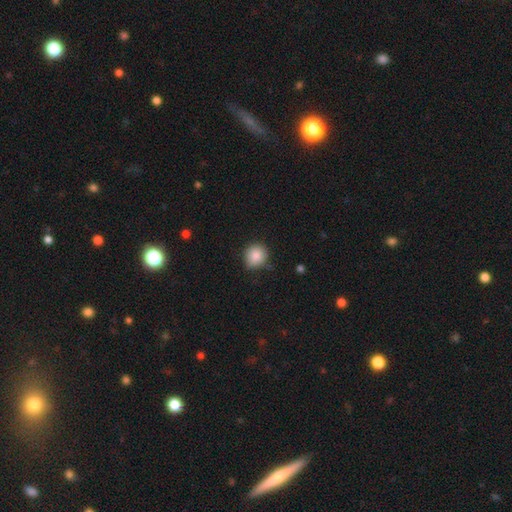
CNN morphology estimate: Smooth or featured? smooth (85%)
How rounded? round (87%)
Merging? none (77%)